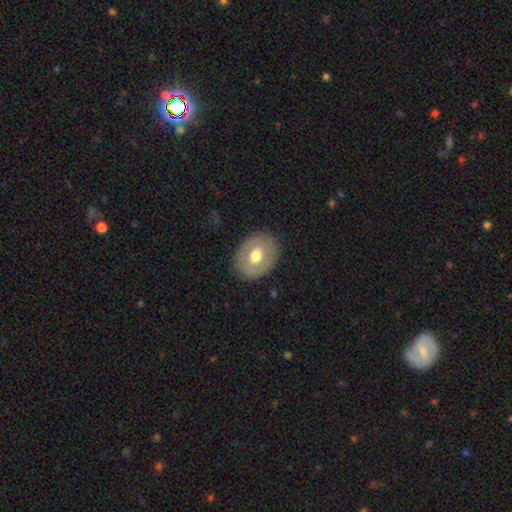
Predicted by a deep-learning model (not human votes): Q: Smooth or featured?
A: smooth (53%); runner-up: featured or disk (41%)
Q: How rounded?
A: in between (59%); runner-up: round (40%)
Q: Merging?
A: none (84%); runner-up: minor disturbance (11%)